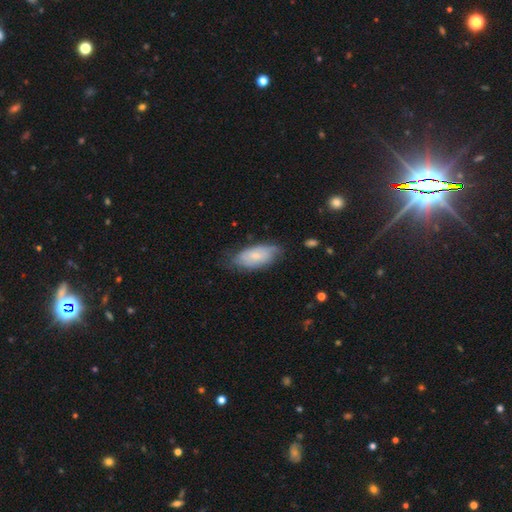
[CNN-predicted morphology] Smooth or featured: smooth — 49% (featured or disk — 44%)
Merging: none — 62% (minor disturbance — 29%)